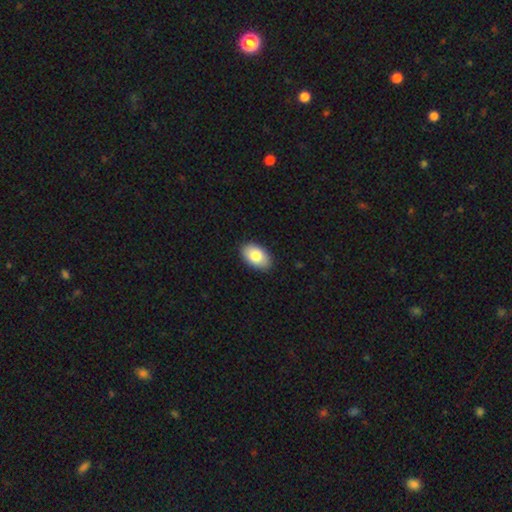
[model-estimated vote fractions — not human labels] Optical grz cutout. It shows a smooth galaxy with no disk features (82%) that is in between round and cigar-shaped (92%). Merging: none (89%).